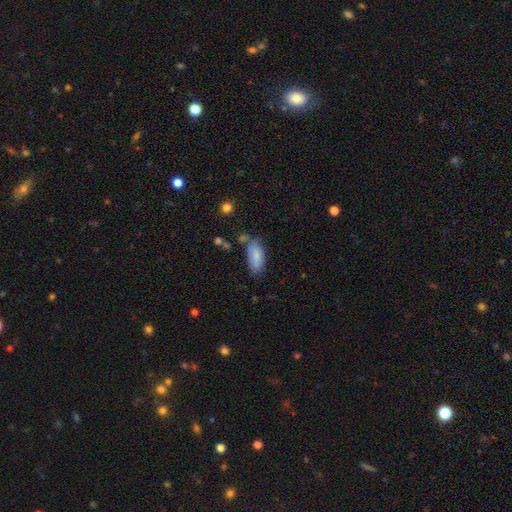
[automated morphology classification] smooth_or_featured: smooth (p=0.83) [alt: featured or disk p=0.11]
how_rounded: in between (p=0.88) [alt: cigar-shaped p=0.10]
merging: none (p=0.62) [alt: minor disturbance p=0.25]